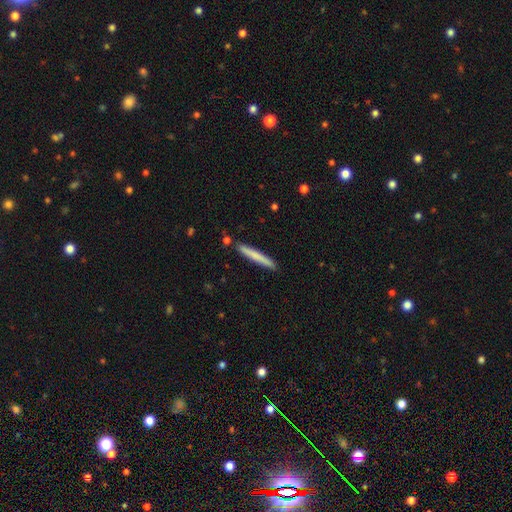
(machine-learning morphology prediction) Q: Smooth or featured?
A: smooth (71%); runner-up: featured or disk (23%)
Q: How rounded?
A: cigar-shaped (96%); runner-up: in between (2%)
Q: Merging?
A: none (89%); runner-up: minor disturbance (7%)